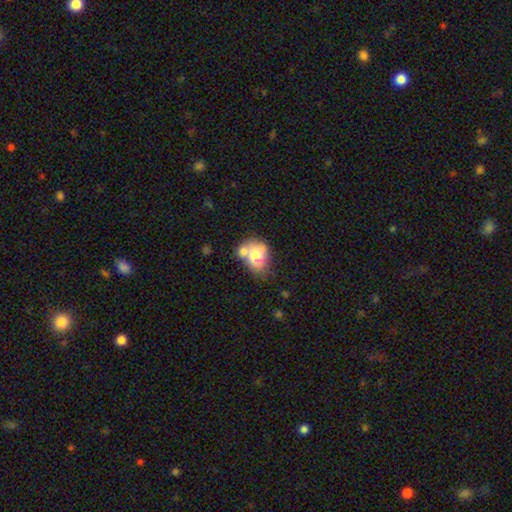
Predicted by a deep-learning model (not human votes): smooth_or_featured: smooth (p=0.67) [alt: featured or disk p=0.25]
how_rounded: in between (p=0.63) [alt: round p=0.36]
merging: merger (p=0.49) [alt: none p=0.27]